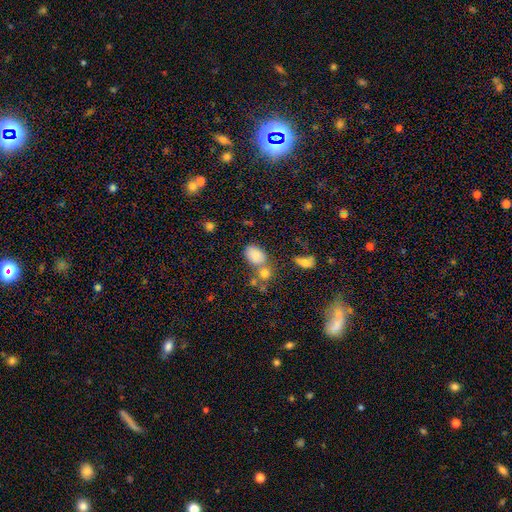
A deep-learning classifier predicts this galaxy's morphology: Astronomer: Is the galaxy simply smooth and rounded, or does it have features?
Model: smooth — 81%.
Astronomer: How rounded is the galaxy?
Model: in between — 82%.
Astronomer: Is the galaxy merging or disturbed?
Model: none — 51% (runner-up: merger, 28%).